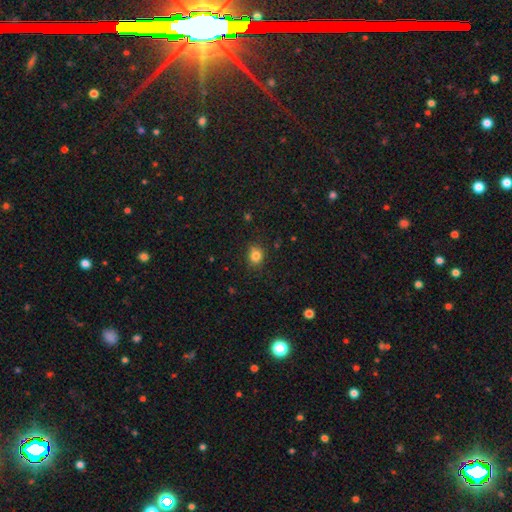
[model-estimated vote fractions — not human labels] Q: Smooth or featured?
A: smooth (83%); runner-up: star or artifact (12%)
Q: How rounded?
A: round (67%); runner-up: in between (32%)
Q: Merging?
A: none (83%); runner-up: minor disturbance (13%)